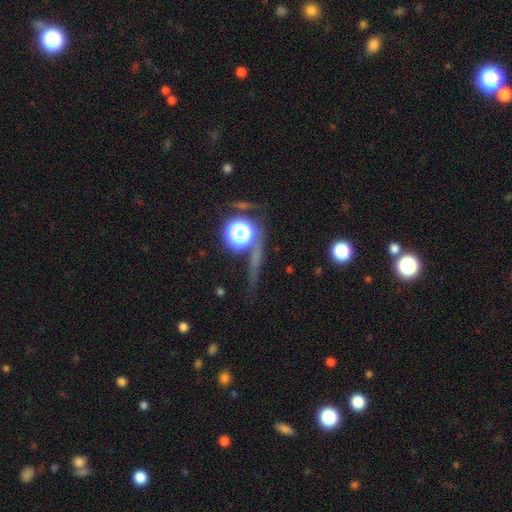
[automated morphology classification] Q: Smooth or featured?
A: star or artifact (50%); runner-up: smooth (27%)